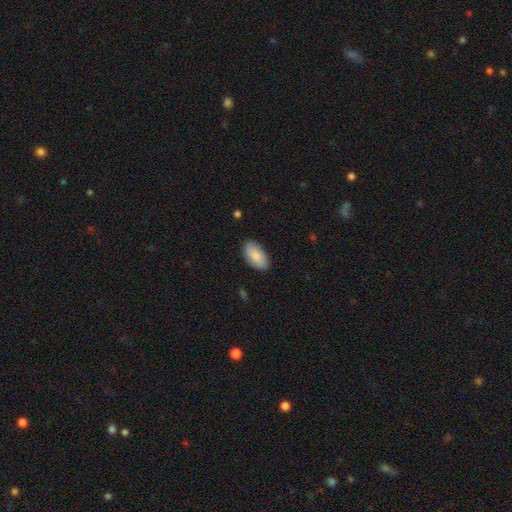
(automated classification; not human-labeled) Morphology: type=smooth (86%); roundness=in between (95%); merging=none (85%).